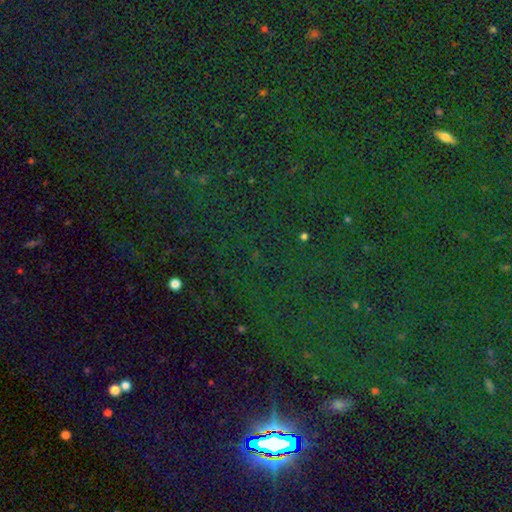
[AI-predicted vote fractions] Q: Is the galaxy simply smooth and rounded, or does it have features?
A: star or artifact — 85%.